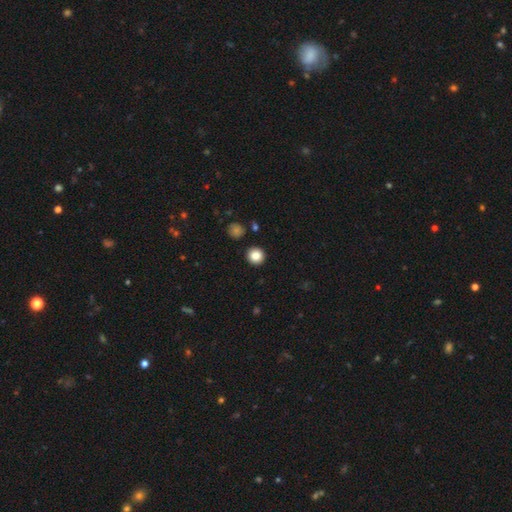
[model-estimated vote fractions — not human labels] smooth_or_featured: smooth (p=0.85) [alt: star or artifact p=0.10]
how_rounded: round (p=0.93) [alt: in between p=0.06]
merging: none (p=0.92) [alt: minor disturbance p=0.04]